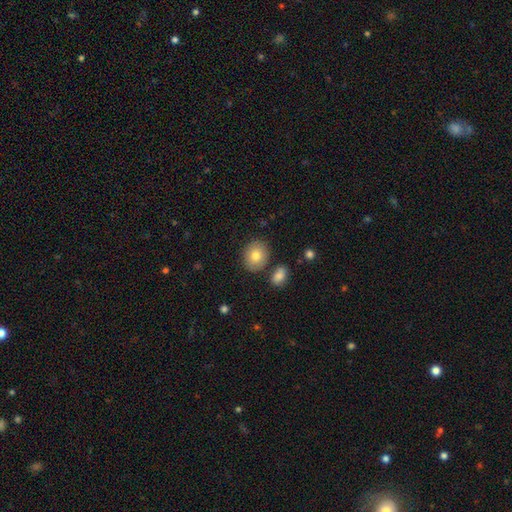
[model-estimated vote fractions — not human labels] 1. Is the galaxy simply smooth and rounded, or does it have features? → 80% smooth, 12% featured or disk, 8% star or artifact.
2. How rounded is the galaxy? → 61% round, 38% in between, 1% cigar-shaped.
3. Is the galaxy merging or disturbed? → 79% none, 11% minor disturbance, 7% merger, 3% major disturbance.